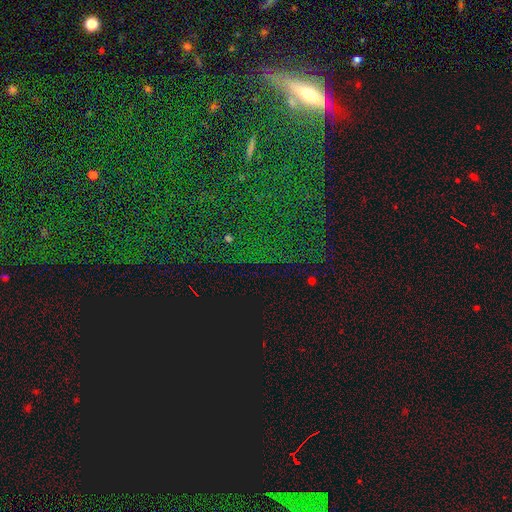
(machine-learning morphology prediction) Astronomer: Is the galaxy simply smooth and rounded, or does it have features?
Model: star or artifact — 73%.